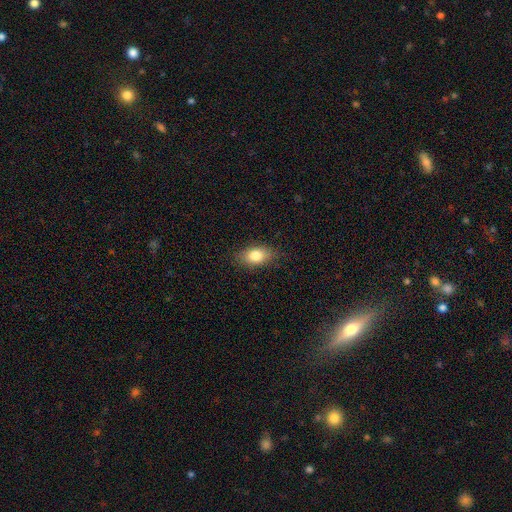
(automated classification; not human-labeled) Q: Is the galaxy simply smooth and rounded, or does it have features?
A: smooth — 80%.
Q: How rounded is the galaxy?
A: in between — 86%.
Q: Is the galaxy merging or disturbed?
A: none — 83%.